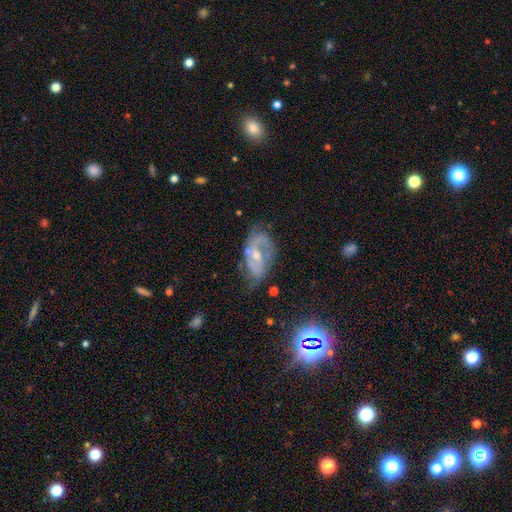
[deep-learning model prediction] This appears to be a featured or disk galaxy (74%) with no bar (42%), 2 (63%) medium (45%) spiral arms (85%) and a small central bulge (51%). Merging: none (54%).